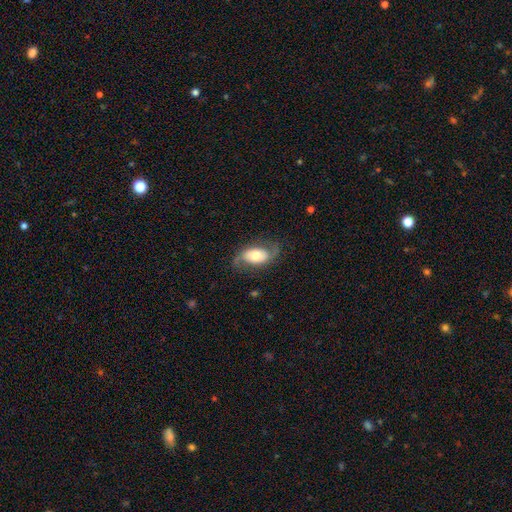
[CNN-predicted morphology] featured or disk 60%, smooth 33%, star or artifact 7%. Down the decision tree: edge-on disk — no (93%); bar — no (61%); spiral arms — yes (83%); bulge size — moderate (58%); merging — none (68%).